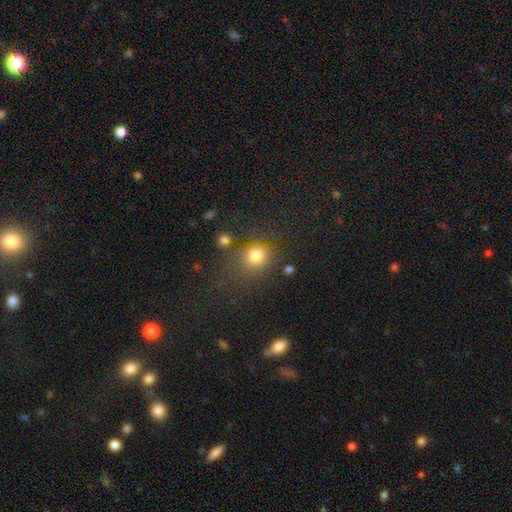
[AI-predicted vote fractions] smooth-or-featured: smooth: 78% | star or artifact: 15% | featured or disk: 7%
  how-rounded: round: 78% | in between: 20% | cigar-shaped: 1%
  merging: none: 66% | minor disturbance: 15% | major disturbance: 10% | merger: 8%